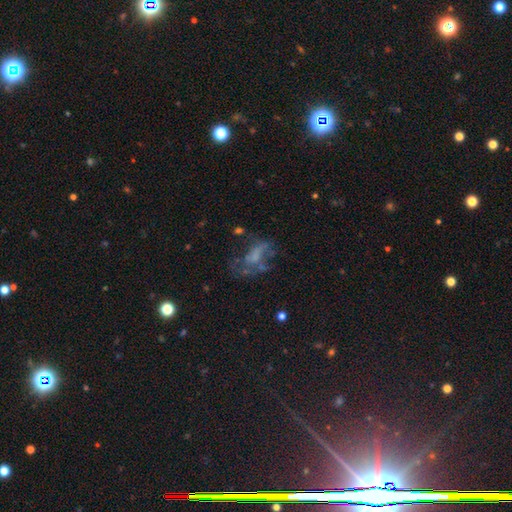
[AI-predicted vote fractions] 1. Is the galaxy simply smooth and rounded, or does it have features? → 52% featured or disk, 31% smooth, 17% star or artifact.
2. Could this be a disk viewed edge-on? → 95% no, 5% yes.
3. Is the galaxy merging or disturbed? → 40% major disturbance, 34% none, 19% minor disturbance, 7% merger.